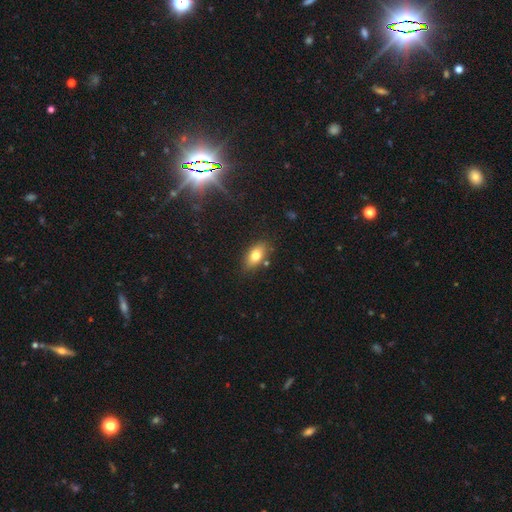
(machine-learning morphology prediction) Overall: smooth (78%). How rounded: in between (88%). Merging: none (81%).